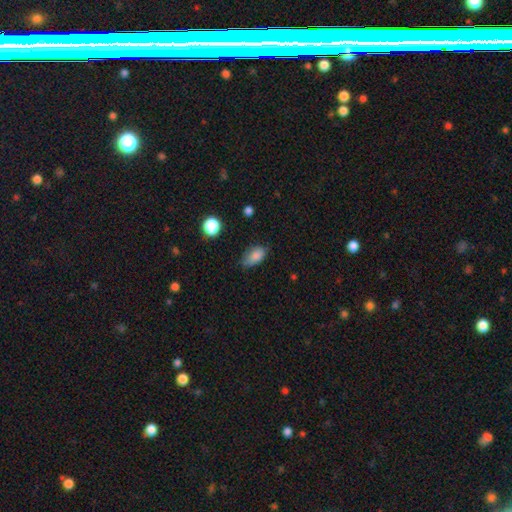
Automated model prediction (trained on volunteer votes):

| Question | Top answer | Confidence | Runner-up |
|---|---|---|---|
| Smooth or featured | smooth | 84% | star or artifact (9%) |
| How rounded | in between | 89% | round (8%) |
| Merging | none | 59% | minor disturbance (32%) |